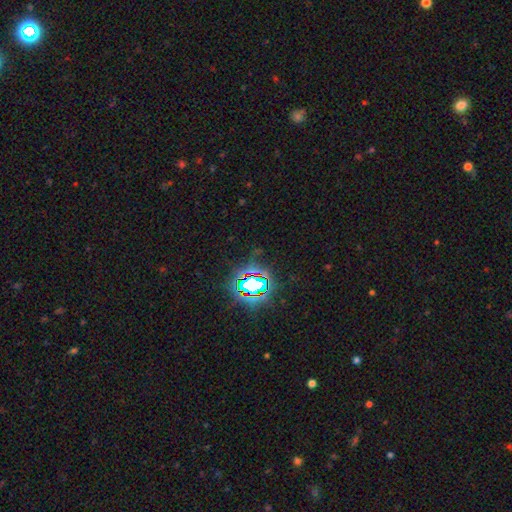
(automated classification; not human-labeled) Morphology: type=star or artifact (79%).